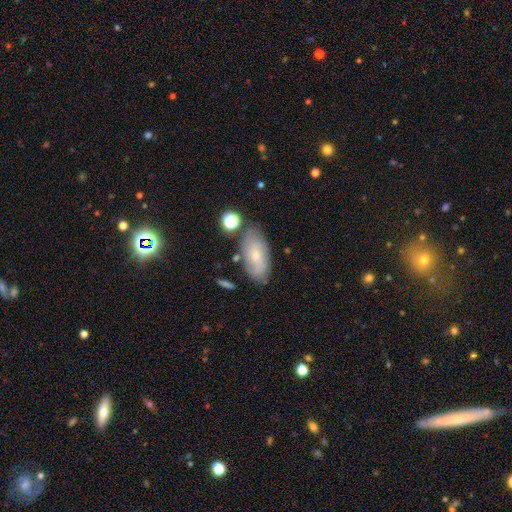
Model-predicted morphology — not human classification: A smooth galaxy with no disk features (56%) that is in between round and cigar-shaped (90%). Merging: none (71%).